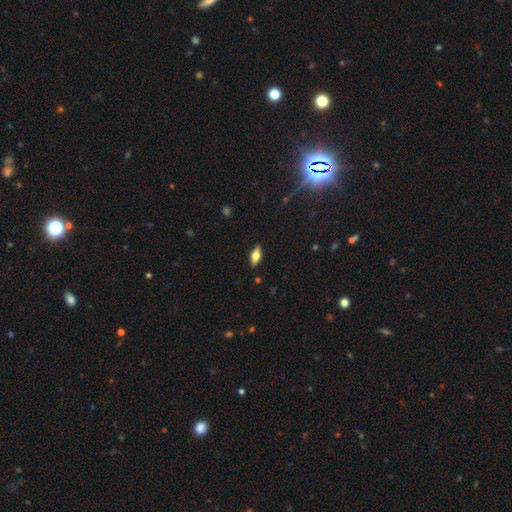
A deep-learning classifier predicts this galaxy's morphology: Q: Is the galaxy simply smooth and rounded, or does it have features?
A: smooth — 58%.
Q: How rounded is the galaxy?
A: in between — 77%.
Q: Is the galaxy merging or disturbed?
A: none — 87%.